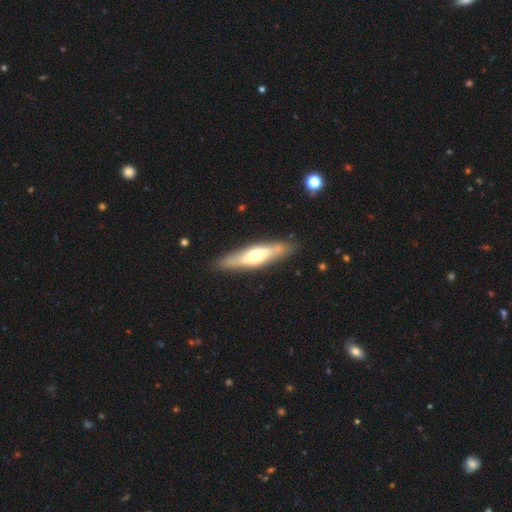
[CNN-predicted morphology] smooth-or-featured: featured or disk: 56% | smooth: 39% | star or artifact: 5%
  disk-edge-on: yes: 81% | no: 19%
  merging: none: 86% | minor disturbance: 10% | major disturbance: 2% | merger: 2%